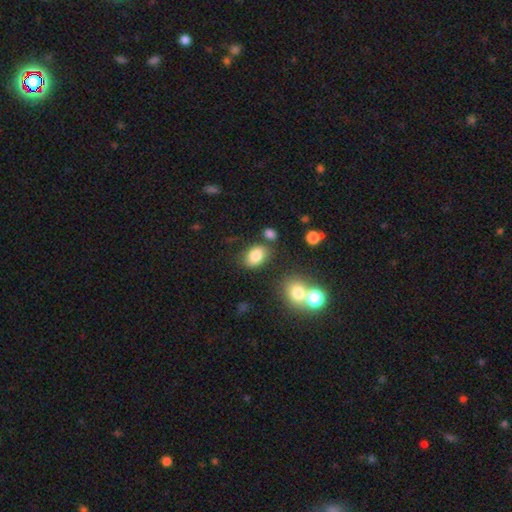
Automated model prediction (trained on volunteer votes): Smooth or featured? smooth (82%)
How rounded? in between (79%)
Merging? none (74%)